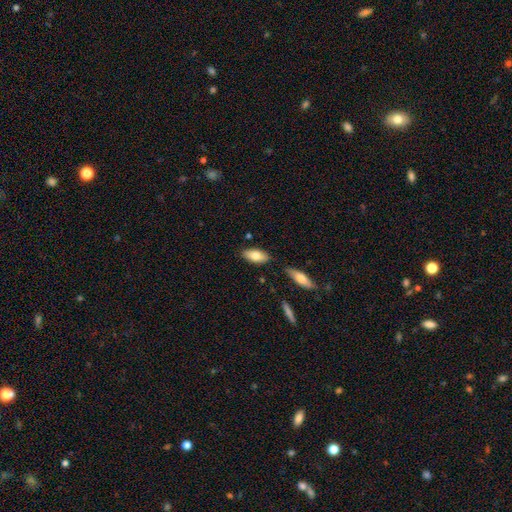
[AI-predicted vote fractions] This appears to be a smooth galaxy with no disk features (80%) that is in between round and cigar-shaped (86%). Merging: none (81%).